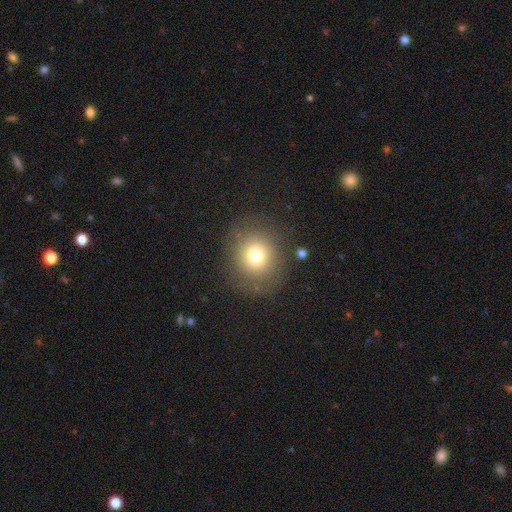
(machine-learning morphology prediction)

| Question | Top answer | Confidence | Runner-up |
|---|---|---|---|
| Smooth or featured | smooth | 73% | star or artifact (14%) |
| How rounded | round | 82% | in between (17%) |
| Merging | none | 82% | minor disturbance (11%) |